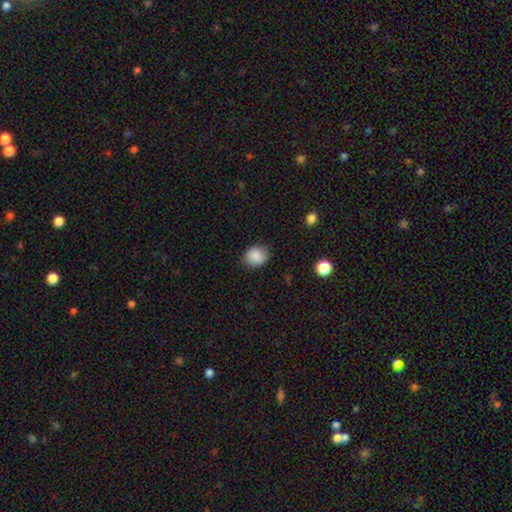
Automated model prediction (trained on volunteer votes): smooth_or_featured: smooth (p=0.87) [alt: star or artifact p=0.08]
how_rounded: round (p=0.58) [alt: in between p=0.41]
merging: none (p=0.83) [alt: minor disturbance p=0.13]